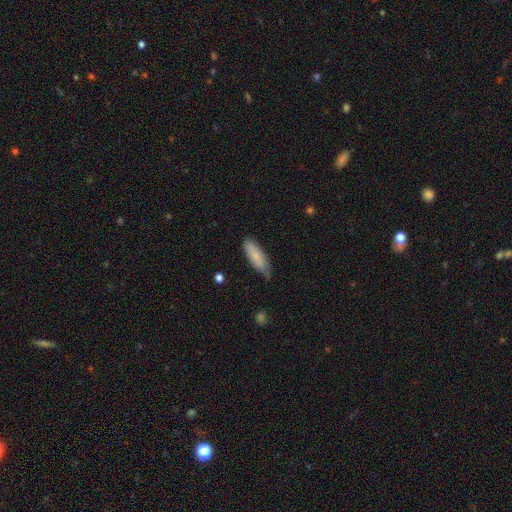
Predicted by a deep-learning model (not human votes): Smooth or featured: smooth — 78% (featured or disk — 16%)
How rounded: in between — 62% (cigar-shaped — 36%)
Merging: none — 60% (minor disturbance — 33%)